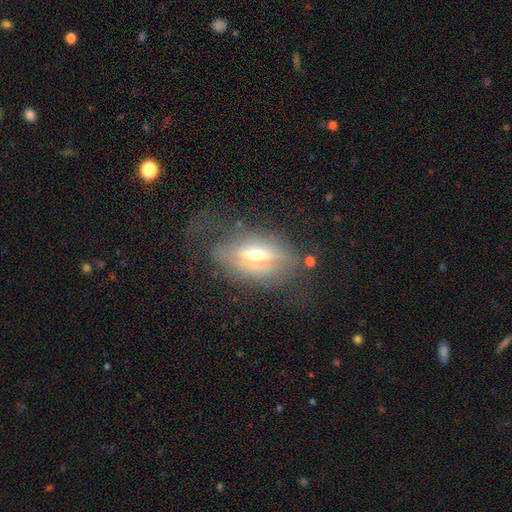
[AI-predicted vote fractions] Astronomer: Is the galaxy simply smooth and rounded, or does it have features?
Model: featured or disk — 56% (runner-up: smooth, 34%).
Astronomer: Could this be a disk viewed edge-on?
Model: no — 50%, tied with yes at 50%.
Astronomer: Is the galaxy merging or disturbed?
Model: none — 48% (runner-up: minor disturbance, 26%).